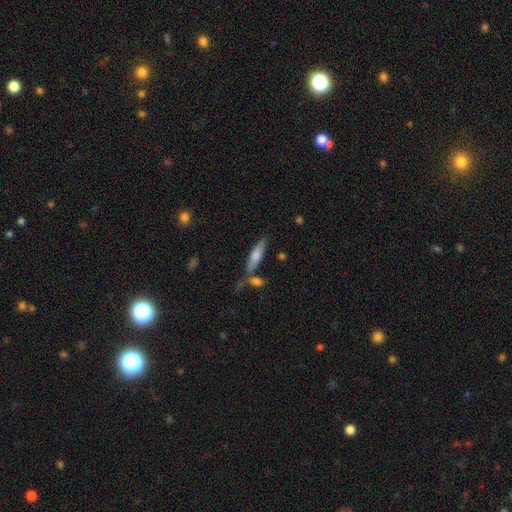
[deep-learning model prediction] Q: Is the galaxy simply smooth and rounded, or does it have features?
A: smooth — 66%.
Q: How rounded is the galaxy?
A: cigar-shaped — 67%.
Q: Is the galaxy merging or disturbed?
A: none — 64%.